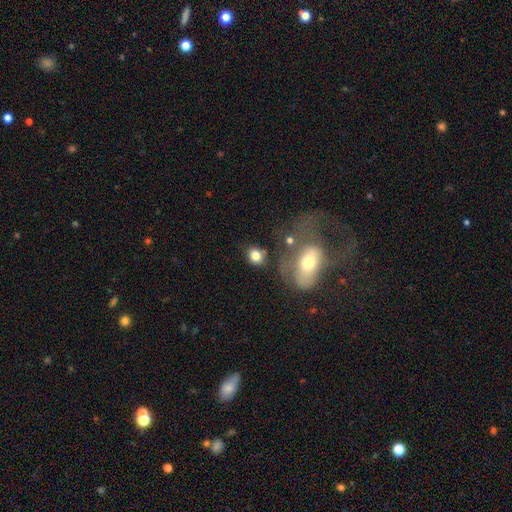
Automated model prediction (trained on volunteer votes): Smooth or featured?
  - smooth: 80% *
  - featured or disk: 10%
  - star or artifact: 10%
How rounded?
  - round: 54% *
  - in between: 45%
  - cigar-shaped: 2%
Merging?
  - none: 66% *
  - minor disturbance: 14%
  - merger: 12%
  - major disturbance: 7%